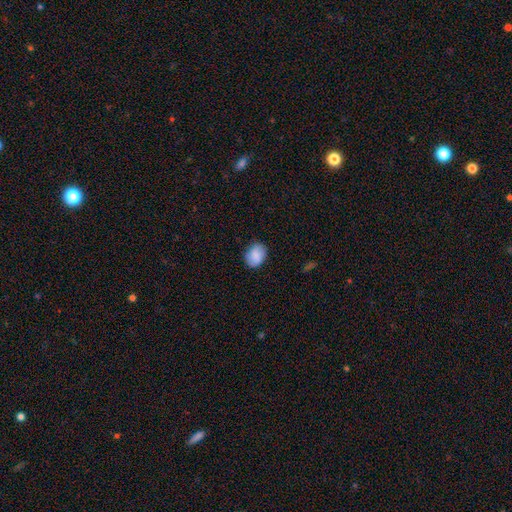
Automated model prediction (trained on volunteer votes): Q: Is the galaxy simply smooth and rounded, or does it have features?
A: smooth — 85%.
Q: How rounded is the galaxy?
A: in between — 60%.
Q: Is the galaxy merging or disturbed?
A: none — 83%.